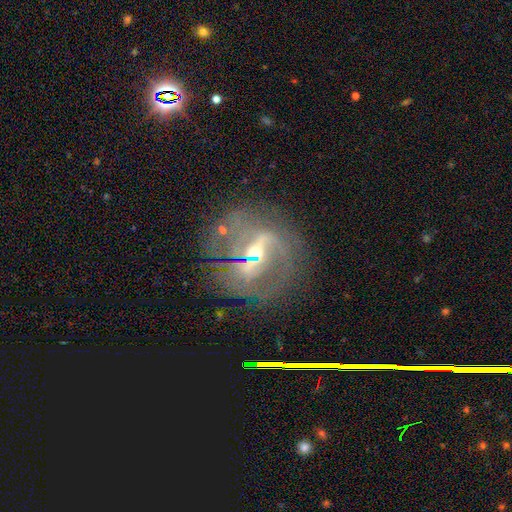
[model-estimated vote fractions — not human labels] Overall: featured or disk (80%). Edge-on disk: no (94%). Bar: strong (47%; weak 38%). Spiral arms: yes (84%). Spiral arm count: 2 (64%). Spiral winding: medium (41%; loose 34%). Bulge size: small (56%; moderate 36%). Merging: none (65%).